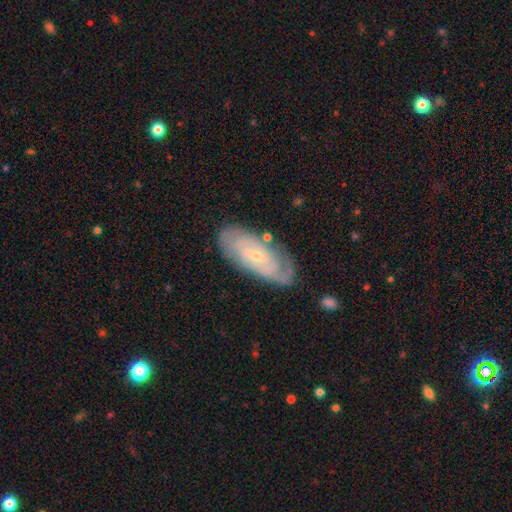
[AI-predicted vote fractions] Smooth or featured: featured or disk — 76% (smooth — 18%)
Edge-on disk: no — 92% (yes — 8%)
Bar: no — 61% (weak — 30%)
Spiral arms: yes — 89% (no — 11%)
Spiral winding: tight — 71% (medium — 23%)
Spiral arm count: can't tell — 43% (2 — 36%)
Bulge size: small — 80% (moderate — 16%)
Merging: none — 76% (minor disturbance — 17%)